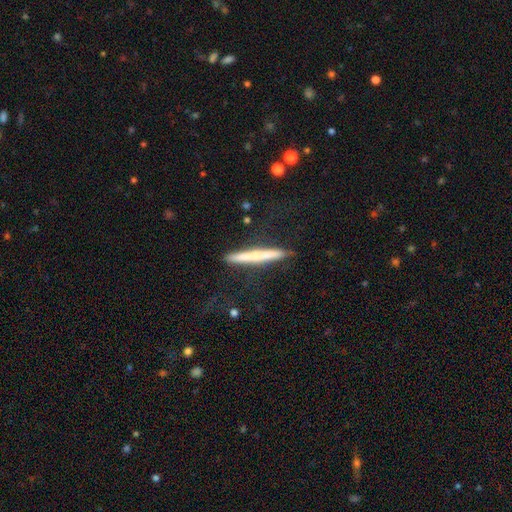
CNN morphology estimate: The model was most divided on "smooth or featured": smooth: 48%, featured or disk: 46%, star or artifact: 6%. More confident: merging — none (81%).